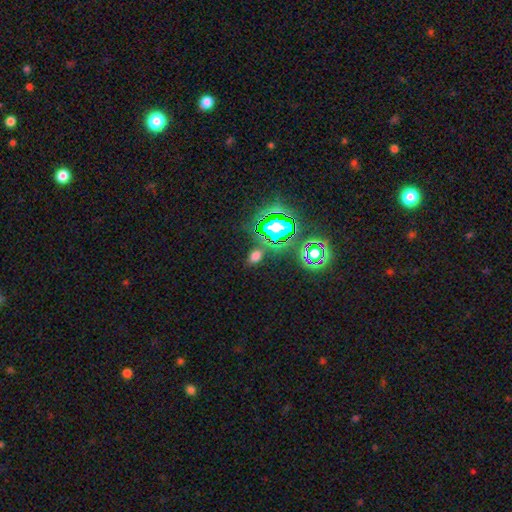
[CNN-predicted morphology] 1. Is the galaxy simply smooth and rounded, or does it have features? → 55% smooth, 38% star or artifact, 7% featured or disk.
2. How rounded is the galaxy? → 76% in between, 21% round, 3% cigar-shaped.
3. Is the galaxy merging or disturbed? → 80% none, 11% minor disturbance, 5% merger, 5% major disturbance.